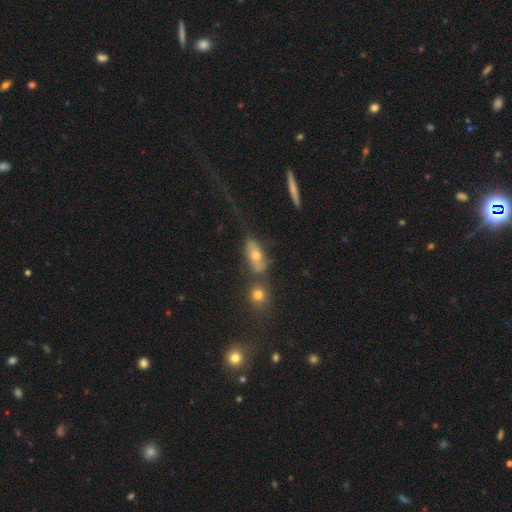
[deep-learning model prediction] Smooth or featured? smooth (56%)
How rounded? in between (74%)
Merging? none (45%)